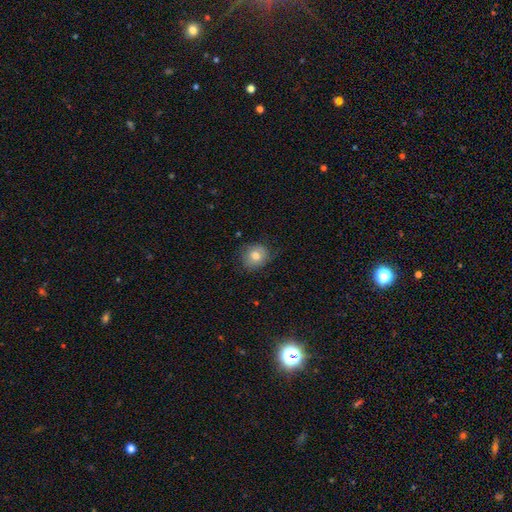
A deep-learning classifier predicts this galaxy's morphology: Smooth or featured?
  - smooth: 77% *
  - featured or disk: 14%
  - star or artifact: 9%
How rounded?
  - round: 73% *
  - in between: 26%
  - cigar-shaped: 1%
Merging?
  - none: 71% *
  - minor disturbance: 21%
  - major disturbance: 6%
  - merger: 1%